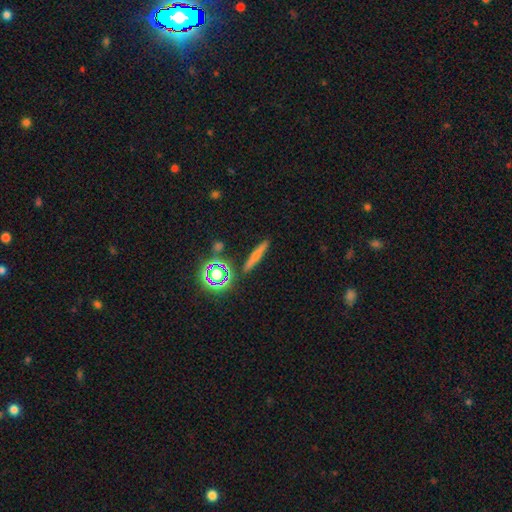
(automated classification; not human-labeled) This is possibly a smooth galaxy (58%). How rounded: clearly cigar-shaped (85%). Merging: clearly none (86%).